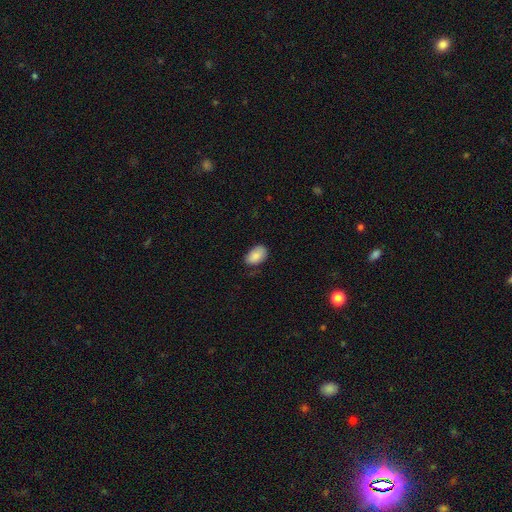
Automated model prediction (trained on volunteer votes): Smooth or featured: smooth — 85% (featured or disk — 8%)
How rounded: in between — 91% (round — 8%)
Merging: none — 65% (minor disturbance — 27%)